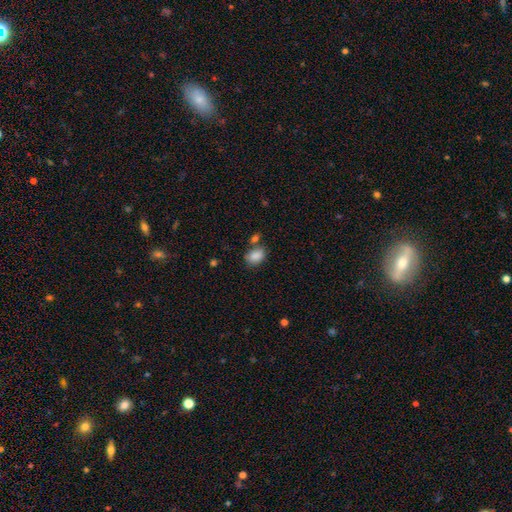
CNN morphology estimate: Smooth or featured?
  - smooth: 87% *
  - star or artifact: 8%
  - featured or disk: 5%
How rounded?
  - in between: 81% *
  - round: 18%
  - cigar-shaped: 1%
Merging?
  - none: 62% *
  - merger: 17%
  - minor disturbance: 16%
  - major disturbance: 5%